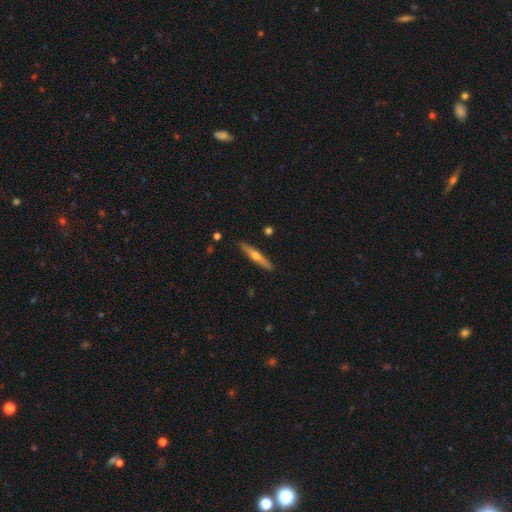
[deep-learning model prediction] This is possibly a featured or disk galaxy (57%). It is clearly viewed edge-on (95%). Edge-on bulge: clearly rounded (88%). Merging: clearly none (90%).